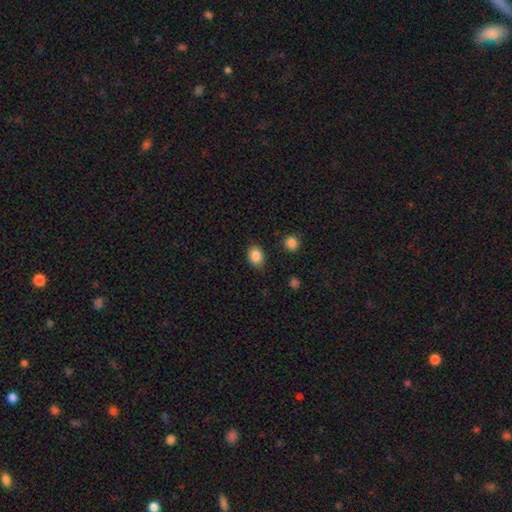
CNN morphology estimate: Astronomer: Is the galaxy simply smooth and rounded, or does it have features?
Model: smooth — 87%.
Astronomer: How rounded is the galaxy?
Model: in between — 68%.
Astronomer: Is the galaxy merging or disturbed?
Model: none — 83%.